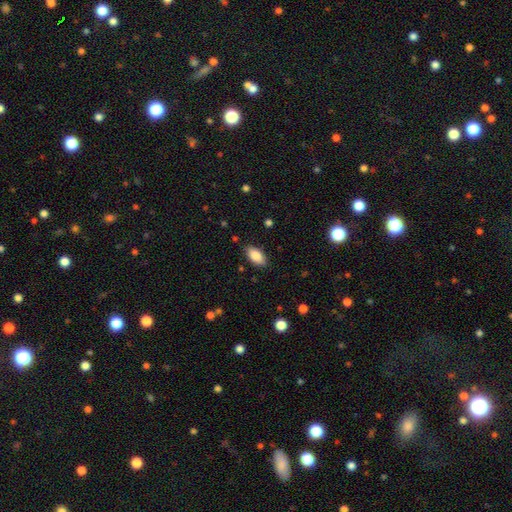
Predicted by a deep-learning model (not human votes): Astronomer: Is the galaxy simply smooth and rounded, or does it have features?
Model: smooth — 87%.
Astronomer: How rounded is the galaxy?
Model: in between — 94%.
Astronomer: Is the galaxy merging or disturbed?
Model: none — 86%.